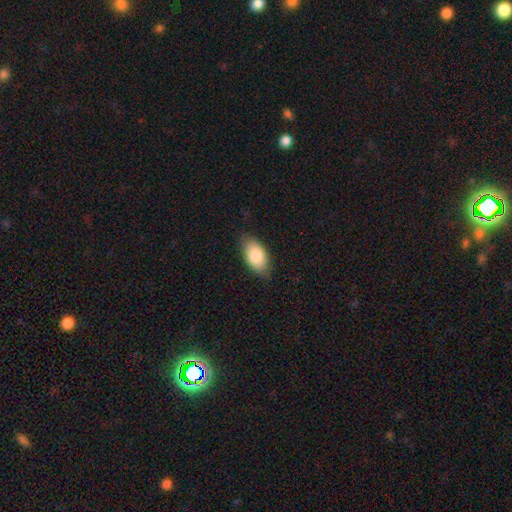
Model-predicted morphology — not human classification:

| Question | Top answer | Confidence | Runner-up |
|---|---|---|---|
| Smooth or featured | smooth | 82% | featured or disk (11%) |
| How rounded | in between | 94% | round (4%) |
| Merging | none | 80% | minor disturbance (16%) |